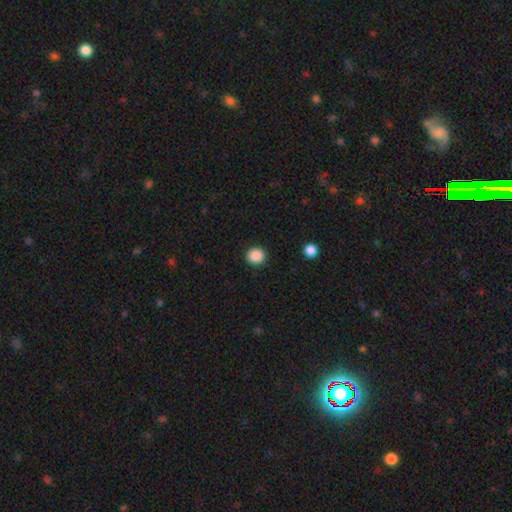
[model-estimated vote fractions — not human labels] Overall: smooth (88%). How rounded: round (87%). Merging: none (91%).